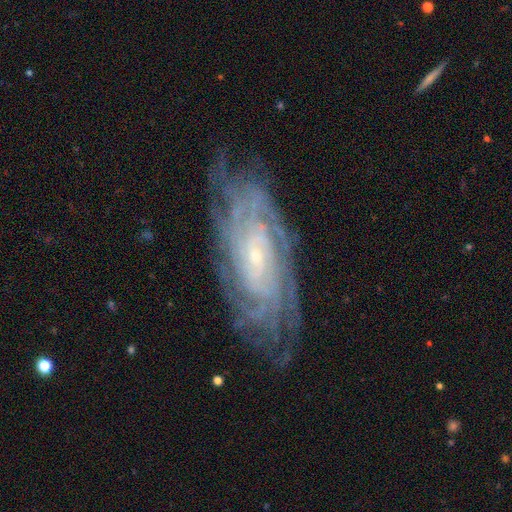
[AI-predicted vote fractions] The model was most divided on "spiral arm count": can't tell: 33%, more than 4: 26%, 4: 18%, 3: 9%, 2: 8%, 1: 6%. More confident: spiral arms — yes (97%); edge-on disk — no (93%); smooth or featured — featured or disk (88%); bulge size — small (83%); spiral winding — tight (82%); merging — none (78%); bar — no (64%).